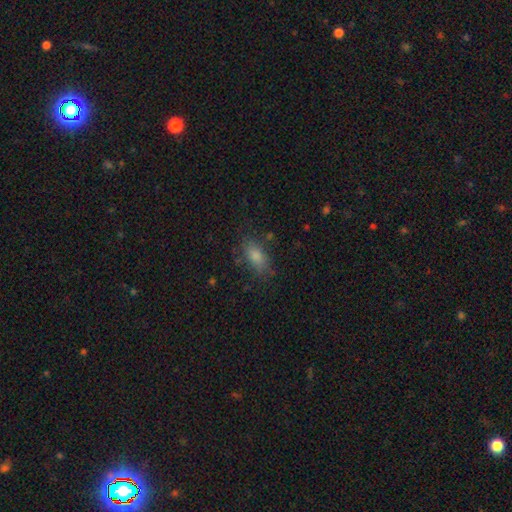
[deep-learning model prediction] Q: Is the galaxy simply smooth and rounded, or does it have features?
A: smooth — 76%.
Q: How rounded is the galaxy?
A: in between — 82%.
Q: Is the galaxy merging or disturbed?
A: none — 75%.